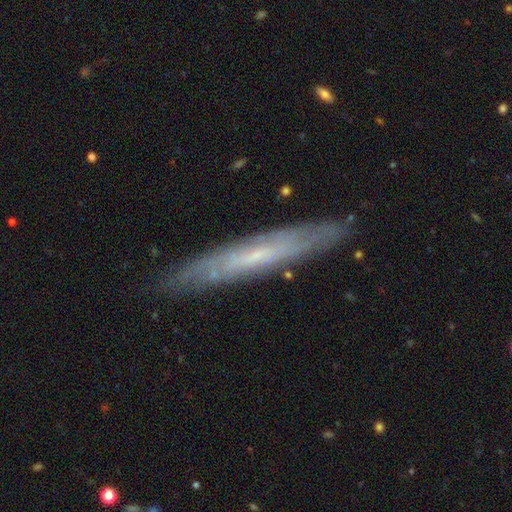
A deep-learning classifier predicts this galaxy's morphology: A featured or disk galaxy (64%) viewed edge-on (73%).

Vote fractions:
- Smooth or featured? featured or disk: 64% / smooth: 29% / star or artifact: 7%
- Edge-on disk? yes: 73% / no: 27%
- Merging? none: 85% / minor disturbance: 12% / major disturbance: 2% / merger: 1%